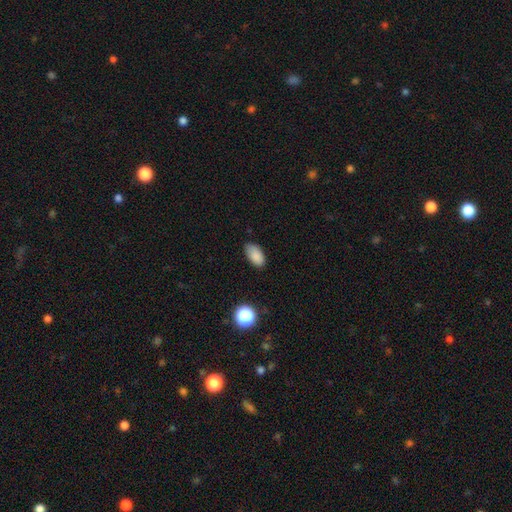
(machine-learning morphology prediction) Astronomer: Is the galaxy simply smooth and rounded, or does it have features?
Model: smooth — 86%.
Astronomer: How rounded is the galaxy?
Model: in between — 93%.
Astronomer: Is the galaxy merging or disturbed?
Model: none — 77%.